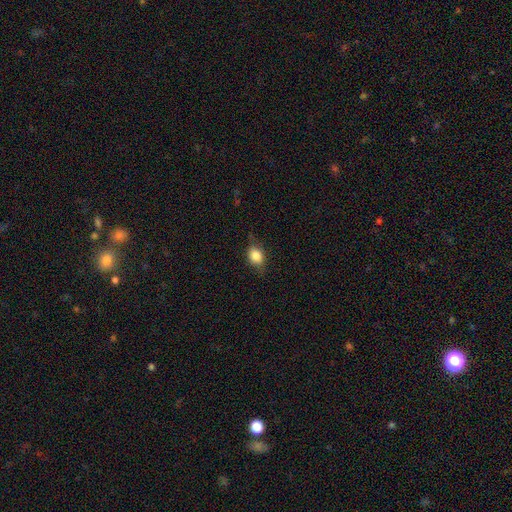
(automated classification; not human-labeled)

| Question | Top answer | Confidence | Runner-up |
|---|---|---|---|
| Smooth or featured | smooth | 79% | featured or disk (12%) |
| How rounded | in between | 64% | round (33%) |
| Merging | none | 69% | minor disturbance (23%) |